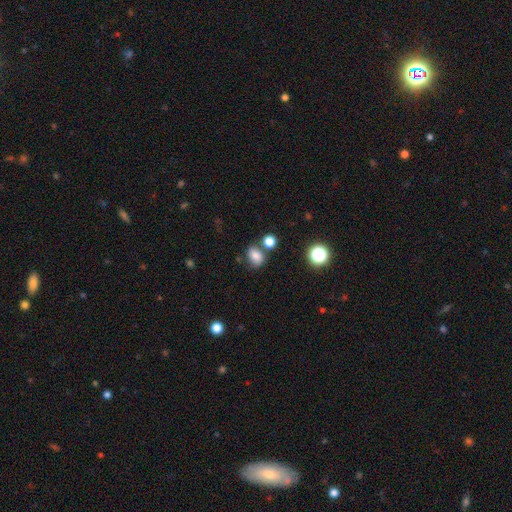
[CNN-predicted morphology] smooth-or-featured: smooth: 79% | star or artifact: 13% | featured or disk: 8%
  how-rounded: in between: 66% | round: 32% | cigar-shaped: 1%
  merging: none: 63% | minor disturbance: 16% | merger: 16% | major disturbance: 5%